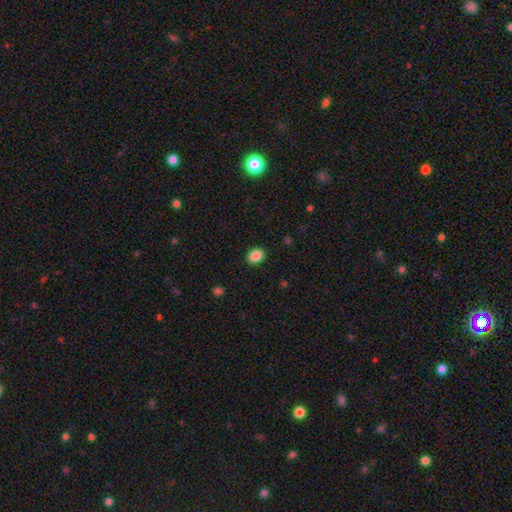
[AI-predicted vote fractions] Smooth or featured: smooth — 87% (star or artifact — 9%)
How rounded: round — 51% (in between — 48%)
Merging: none — 90% (minor disturbance — 7%)